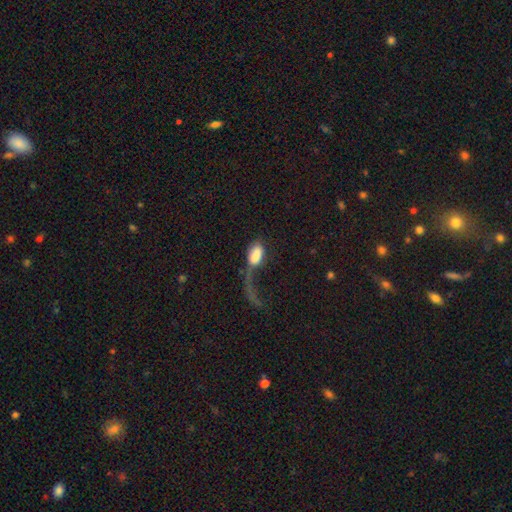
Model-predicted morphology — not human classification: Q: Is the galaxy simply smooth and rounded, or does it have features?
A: smooth — 72%.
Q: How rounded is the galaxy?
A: in between — 90%.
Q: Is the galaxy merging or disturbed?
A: major disturbance — 64%.